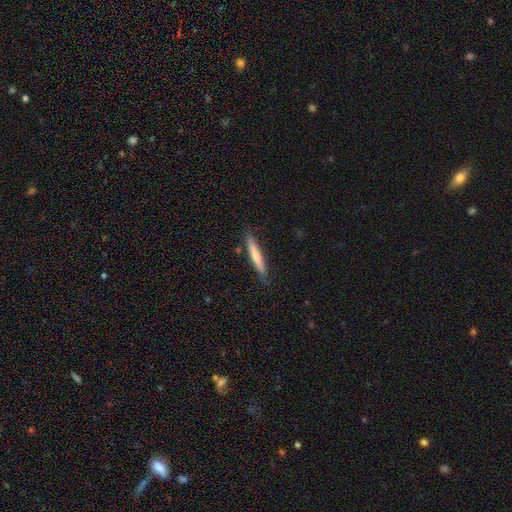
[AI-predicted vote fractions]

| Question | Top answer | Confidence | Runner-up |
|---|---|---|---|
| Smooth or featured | smooth | 61% | featured or disk (33%) |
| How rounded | cigar-shaped | 93% | in between (6%) |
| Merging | none | 83% | minor disturbance (12%) |